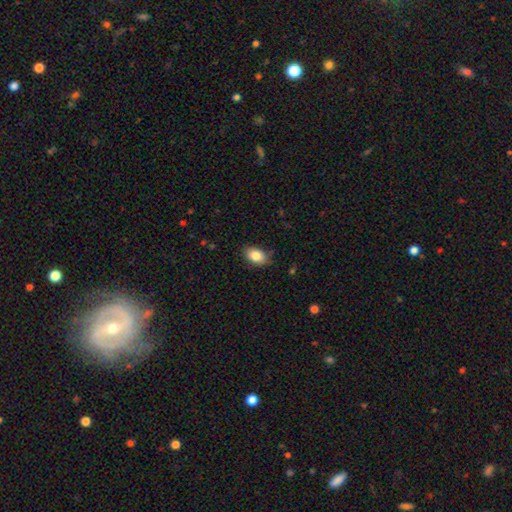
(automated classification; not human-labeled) Morphology: type=smooth (85%); roundness=in between (87%); merging=none (81%).